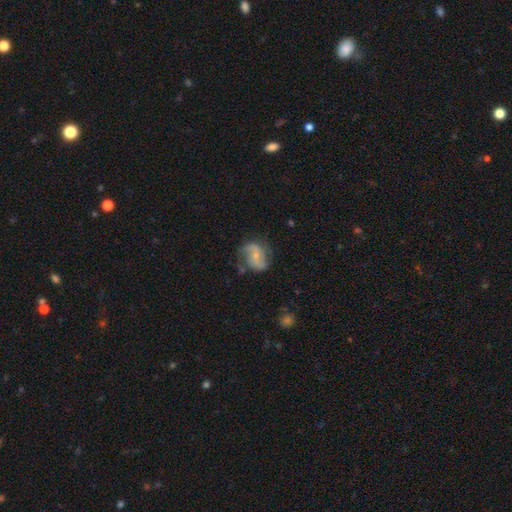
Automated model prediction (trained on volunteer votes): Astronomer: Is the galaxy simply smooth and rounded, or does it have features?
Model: featured or disk — 66%.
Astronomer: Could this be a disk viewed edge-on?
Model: no — 97%.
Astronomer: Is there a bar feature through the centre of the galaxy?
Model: no — 51% (runner-up: weak, 36%).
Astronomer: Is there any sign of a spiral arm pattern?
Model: yes — 89%.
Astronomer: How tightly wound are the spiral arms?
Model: loose — 45% (runner-up: medium, 39%).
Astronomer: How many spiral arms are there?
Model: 2 — 85%.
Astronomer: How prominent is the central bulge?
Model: small — 65%.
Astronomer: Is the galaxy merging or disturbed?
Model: none — 65%.